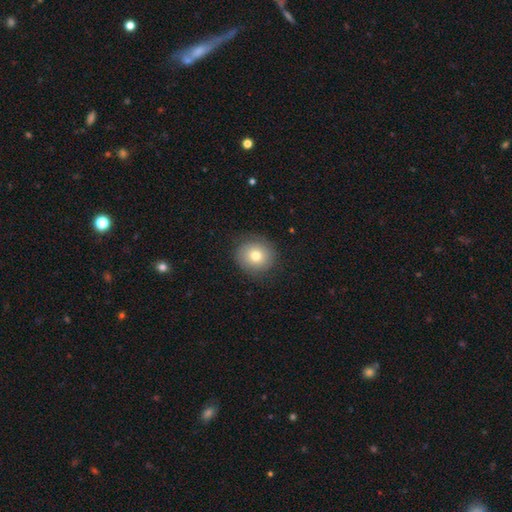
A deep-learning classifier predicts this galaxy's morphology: Smooth or featured? smooth (72%)
How rounded? round (89%)
Merging? none (82%)